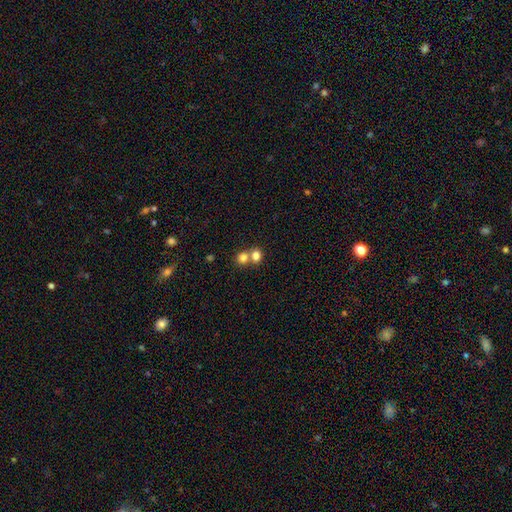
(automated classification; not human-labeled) A smooth galaxy with no disk features (80%) that is round (75%). Merging: merger (53%).